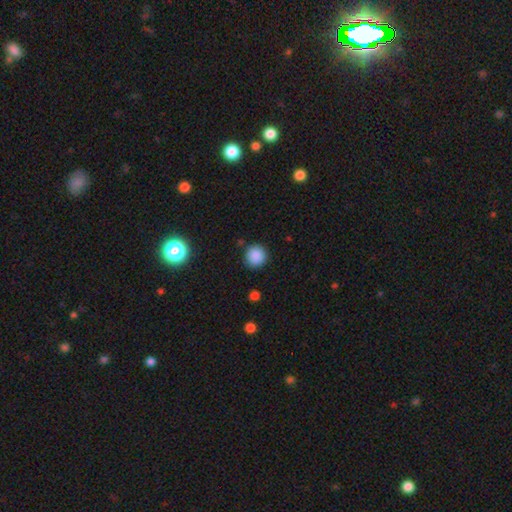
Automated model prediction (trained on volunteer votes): This is clearly a smooth galaxy (87%). How rounded: clearly round (92%). Merging: clearly none (88%).